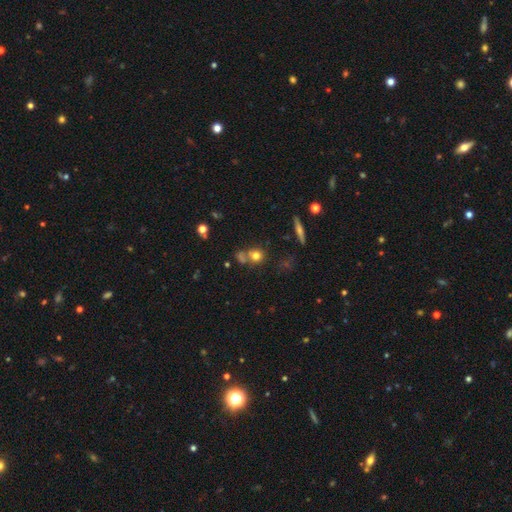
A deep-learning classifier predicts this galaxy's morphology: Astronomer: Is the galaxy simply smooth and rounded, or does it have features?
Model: smooth — 70%.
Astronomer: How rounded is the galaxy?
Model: round — 81%.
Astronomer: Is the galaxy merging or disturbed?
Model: none — 52% (runner-up: merger, 32%).